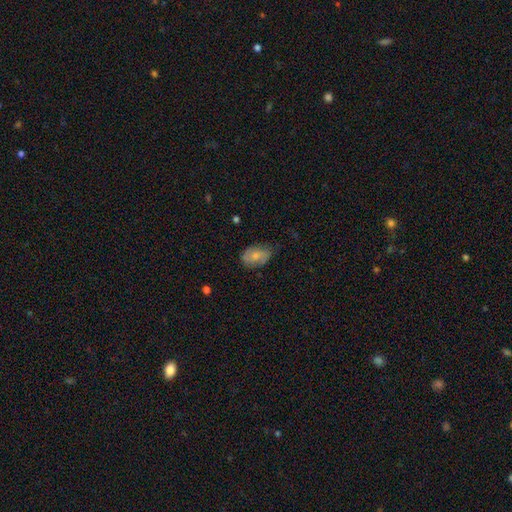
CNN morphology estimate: A smooth galaxy with no disk features (71%) that is in between round and cigar-shaped (87%). Merging: none (64%).